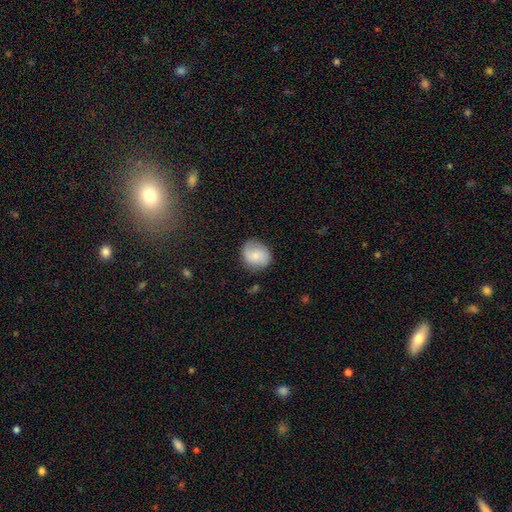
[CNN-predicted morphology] The model was most divided on "how rounded": round: 69%, in between: 30%, cigar-shaped: 1%. More confident: merging — none (76%); smooth or featured — smooth (69%).